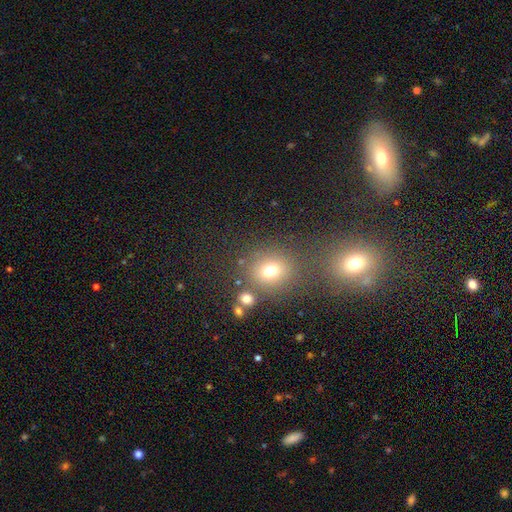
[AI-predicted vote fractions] This is possibly a smooth galaxy (55%). How rounded: likely round (77%). Merging: likely none (63%).